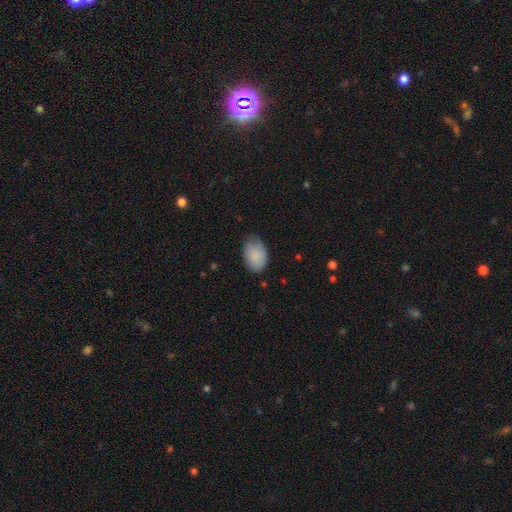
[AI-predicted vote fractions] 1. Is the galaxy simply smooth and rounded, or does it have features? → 88% smooth, 6% featured or disk, 6% star or artifact.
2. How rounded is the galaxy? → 87% in between, 12% round, 1% cigar-shaped.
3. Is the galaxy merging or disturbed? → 68% none, 26% minor disturbance, 4% major disturbance, 1% merger.